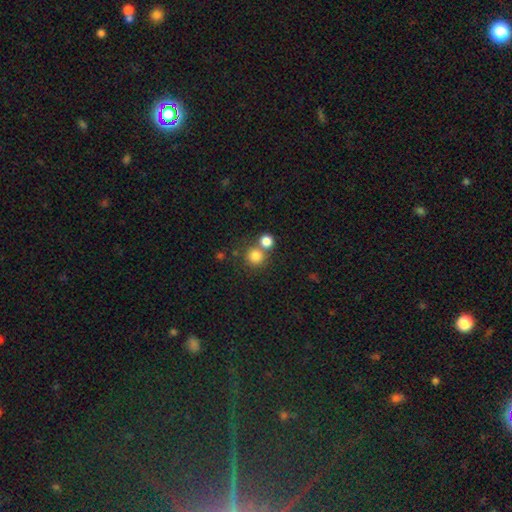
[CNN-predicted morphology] A smooth galaxy with no disk features (80%) that is round (91%). Merging: none (60%).